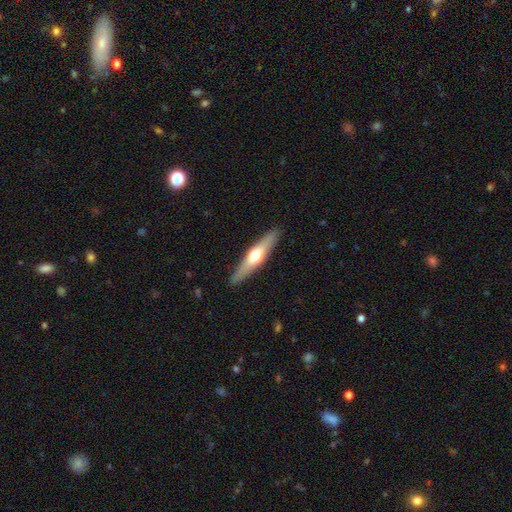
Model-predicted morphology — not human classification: Smooth or featured?
  - featured or disk: 56% *
  - smooth: 39%
  - star or artifact: 5%
Edge-on disk?
  - yes: 92% *
  - no: 8%
Edge-on bulge?
  - rounded: 92% *
  - none: 5%
  - boxy: 3%
Merging?
  - none: 90% *
  - minor disturbance: 7%
  - major disturbance: 2%
  - merger: 1%